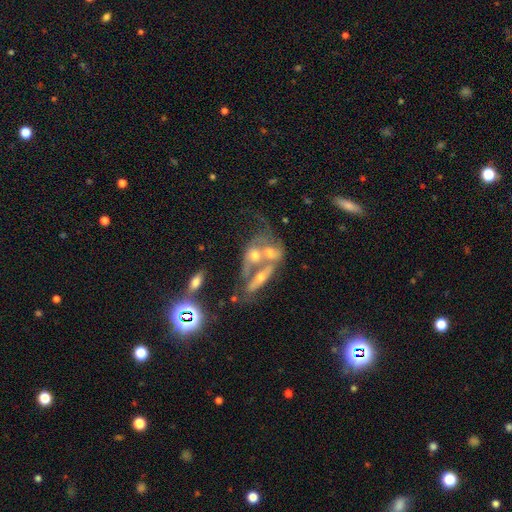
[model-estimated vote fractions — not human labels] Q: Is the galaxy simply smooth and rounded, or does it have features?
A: featured or disk — 62%.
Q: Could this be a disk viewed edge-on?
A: no — 82%.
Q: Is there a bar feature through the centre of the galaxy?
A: no — 75%.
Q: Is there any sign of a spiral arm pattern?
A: no — 59%.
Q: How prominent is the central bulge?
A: moderate — 52%.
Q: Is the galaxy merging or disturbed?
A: merger — 68%.